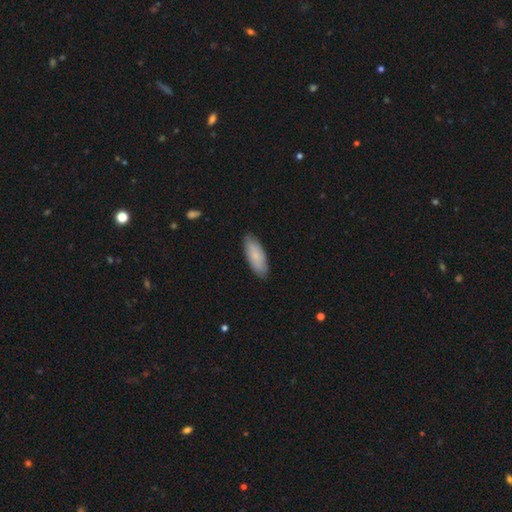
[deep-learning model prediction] Overall: smooth (76%). How rounded: in between (74%). Merging: none (85%).